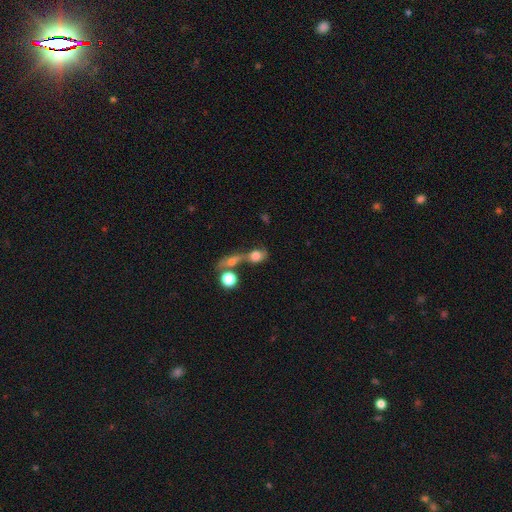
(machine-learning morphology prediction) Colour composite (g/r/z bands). It shows a smooth galaxy with no disk features (65%) that is round (55%). Merging: merger (49%).